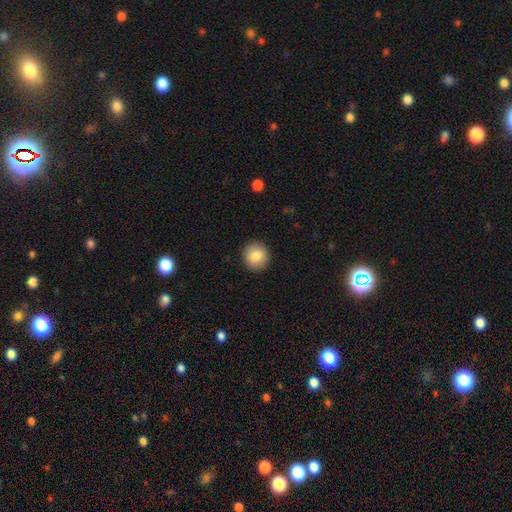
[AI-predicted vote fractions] Morphology: type=smooth (85%); roundness=round (93%); merging=none (92%).